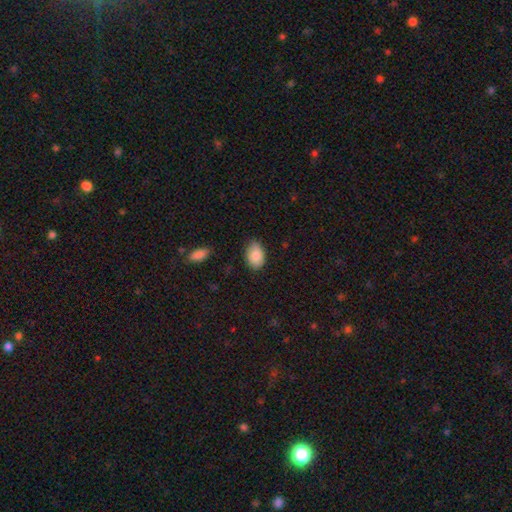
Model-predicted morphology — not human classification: The model was most divided on "merging": none: 75%, minor disturbance: 21%, major disturbance: 3%, merger: 1%. More confident: how rounded — in between (88%); smooth or featured — smooth (87%).